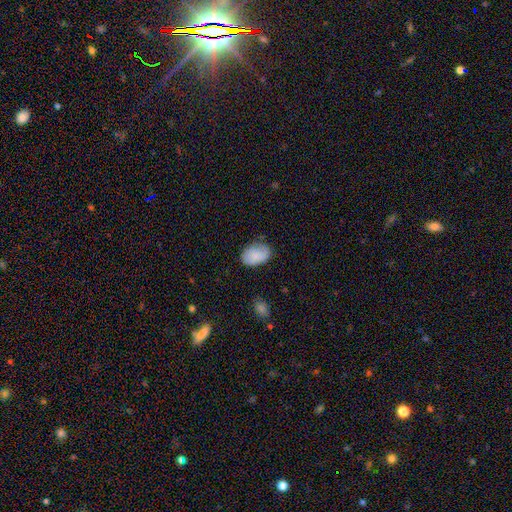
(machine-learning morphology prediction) Overall: smooth (82%). How rounded: in between (89%). Merging: none (73%).